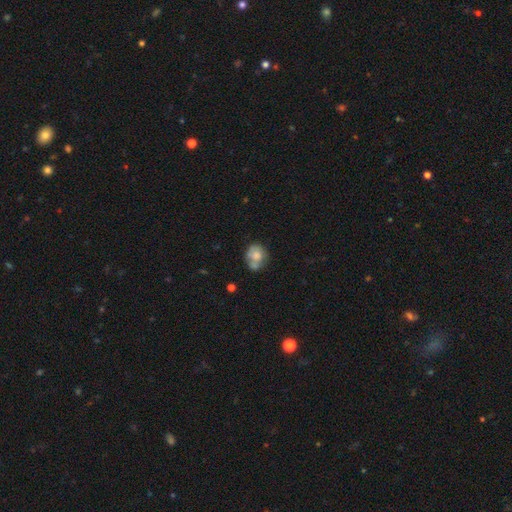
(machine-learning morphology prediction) Q: Smooth or featured?
A: smooth (66%); runner-up: featured or disk (25%)
Q: How rounded?
A: round (62%); runner-up: in between (37%)
Q: Merging?
A: none (41%); runner-up: merger (27%)